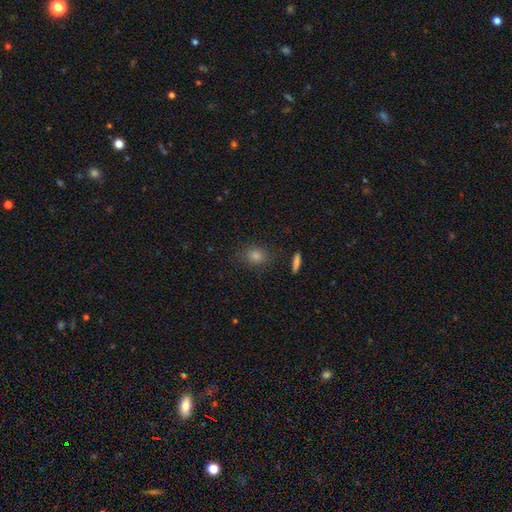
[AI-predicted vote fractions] This appears to be a smooth galaxy with no disk features (76%) that is round (59%). Merging: none (84%).